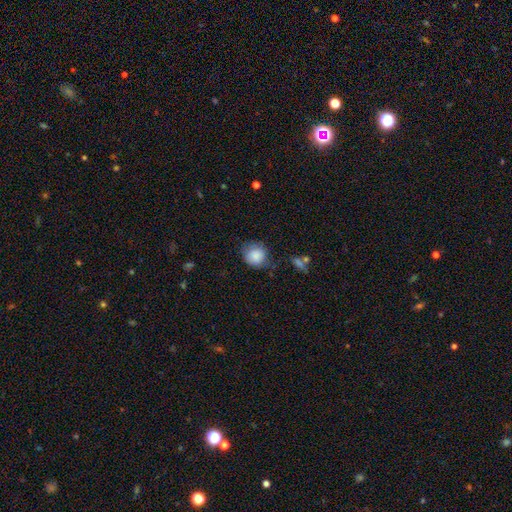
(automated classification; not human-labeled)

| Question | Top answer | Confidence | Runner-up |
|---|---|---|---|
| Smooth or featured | smooth | 86% | star or artifact (8%) |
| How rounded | round | 84% | in between (15%) |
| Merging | none | 63% | minor disturbance (27%) |